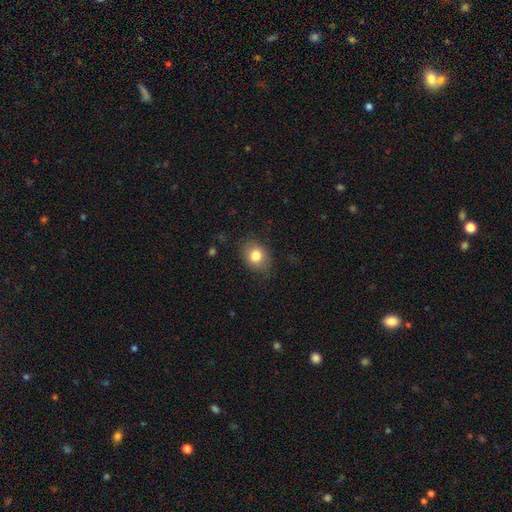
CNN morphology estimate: Smooth or featured?
  - smooth: 80% *
  - featured or disk: 10%
  - star or artifact: 10%
How rounded?
  - in between: 51% *
  - round: 48%
  - cigar-shaped: 1%
Merging?
  - none: 79% *
  - minor disturbance: 16%
  - major disturbance: 4%
  - merger: 1%